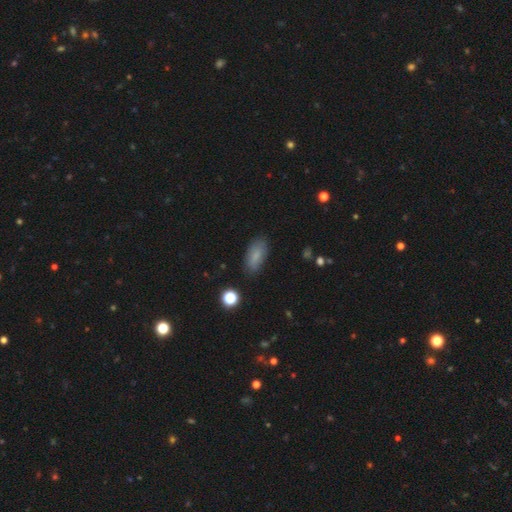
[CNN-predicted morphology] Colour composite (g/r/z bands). It shows a smooth galaxy with no disk features (79%) that is in between round and cigar-shaped (89%). Merging: none (81%).